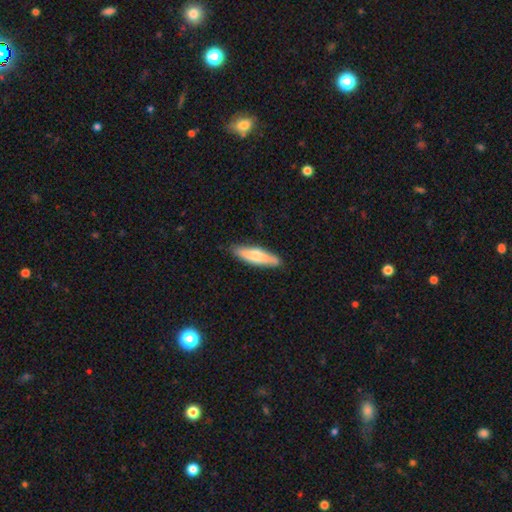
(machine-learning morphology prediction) smooth_or_featured: smooth (p=0.65) [alt: featured or disk p=0.30]
how_rounded: cigar-shaped (p=0.72) [alt: in between p=0.27]
merging: none (p=0.84) [alt: minor disturbance p=0.12]